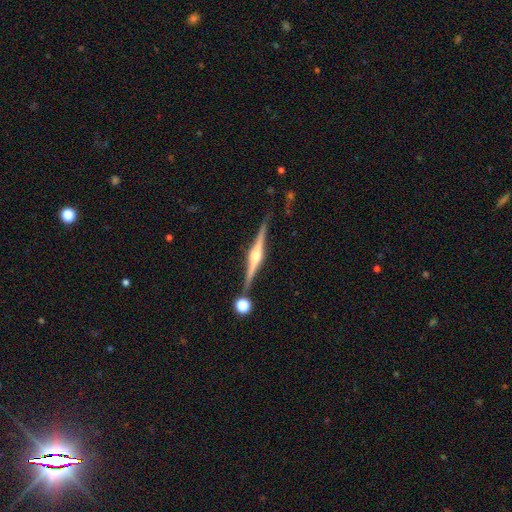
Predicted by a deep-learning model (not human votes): Morphology: type=featured or disk (84%); edge-on=yes (98%); edge-on bulge=rounded (89%); merging=none (84%).